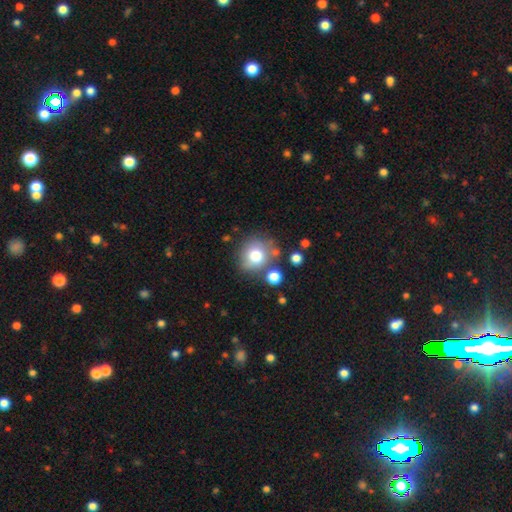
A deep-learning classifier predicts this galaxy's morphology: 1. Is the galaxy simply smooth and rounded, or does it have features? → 76% smooth, 13% featured or disk, 11% star or artifact.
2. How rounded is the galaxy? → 85% round, 14% in between, 1% cigar-shaped.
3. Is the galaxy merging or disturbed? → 70% none, 14% minor disturbance, 10% merger, 5% major disturbance.